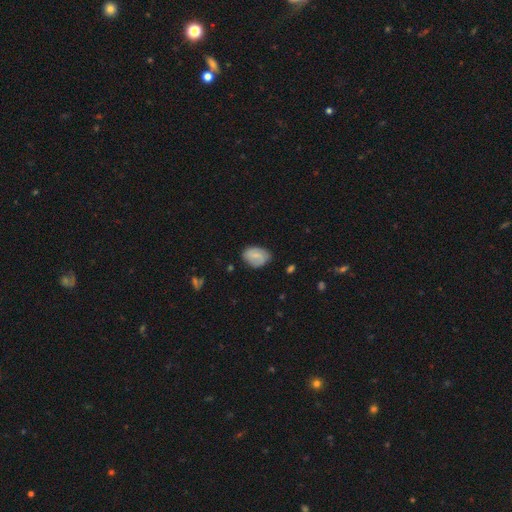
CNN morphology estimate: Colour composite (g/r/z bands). It shows a smooth galaxy with no disk features (64%) that is in between round and cigar-shaped (76%). Merging: none (69%).